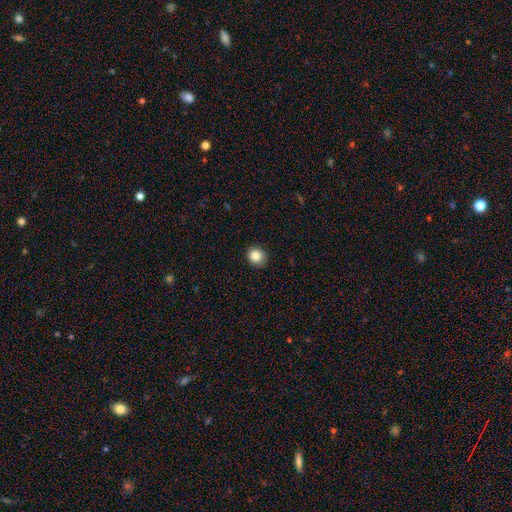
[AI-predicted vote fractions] Morphology: type=smooth (84%); roundness=round (85%); merging=none (90%).